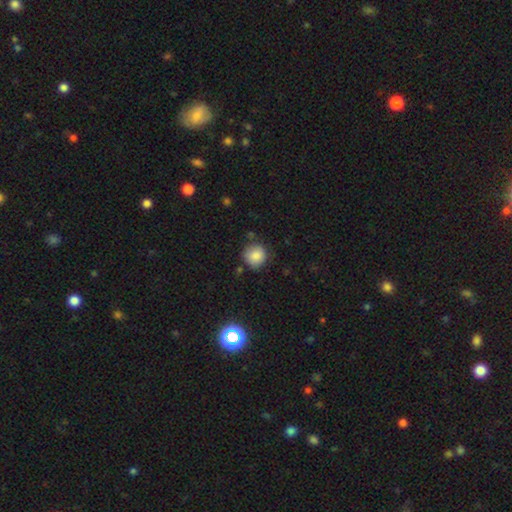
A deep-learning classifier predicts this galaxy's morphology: Smooth or featured? Predicted: smooth (p=0.85). How rounded? Predicted: round (p=0.91). Merging? Predicted: none (p=0.78).